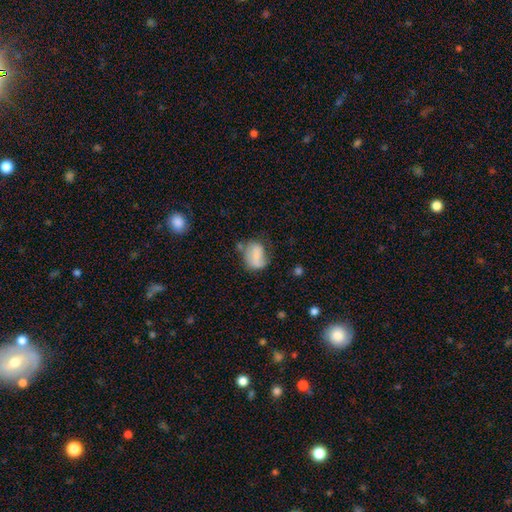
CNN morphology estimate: The model was most divided on "merging": none: 42%, minor disturbance: 31%, major disturbance: 17%, merger: 10%. More confident: how rounded — in between (68%); smooth or featured — smooth (64%).